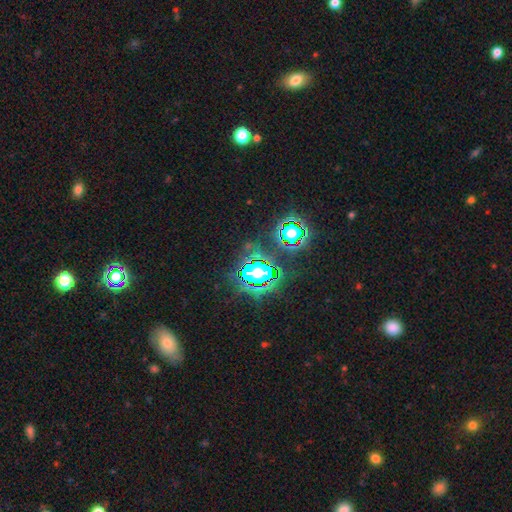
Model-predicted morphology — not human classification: This is likely a star or artifact rather than a galaxy (78%).